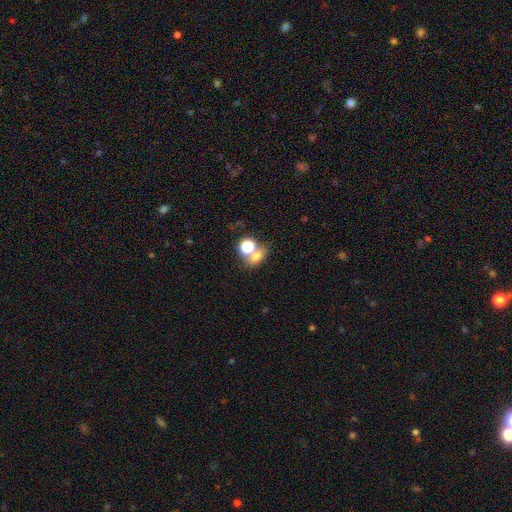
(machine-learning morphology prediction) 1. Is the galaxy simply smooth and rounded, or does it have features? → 67% smooth, 20% star or artifact, 14% featured or disk.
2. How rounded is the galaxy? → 51% in between, 46% round, 3% cigar-shaped.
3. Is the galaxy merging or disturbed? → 42% merger (tied), 42% none (tied), 9% minor disturbance, 6% major disturbance.